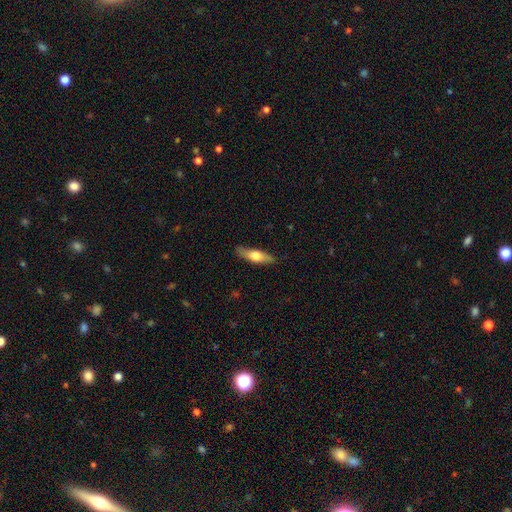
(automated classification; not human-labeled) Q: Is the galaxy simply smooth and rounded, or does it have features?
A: smooth — 54%.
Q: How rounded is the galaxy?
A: cigar-shaped — 61%.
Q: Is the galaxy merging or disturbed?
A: none — 85%.